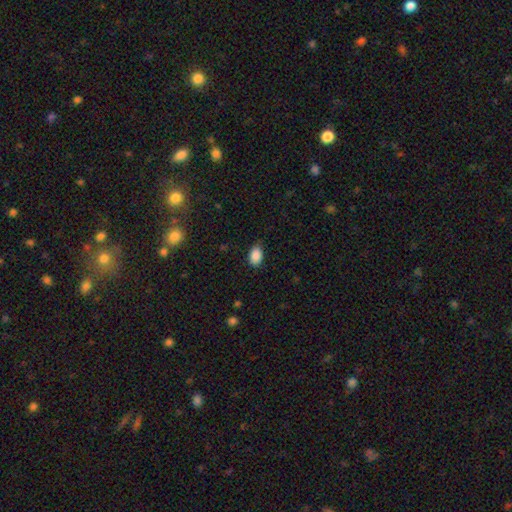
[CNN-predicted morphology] type=smooth (89%); roundness=in between (87%); merging=none (81%).